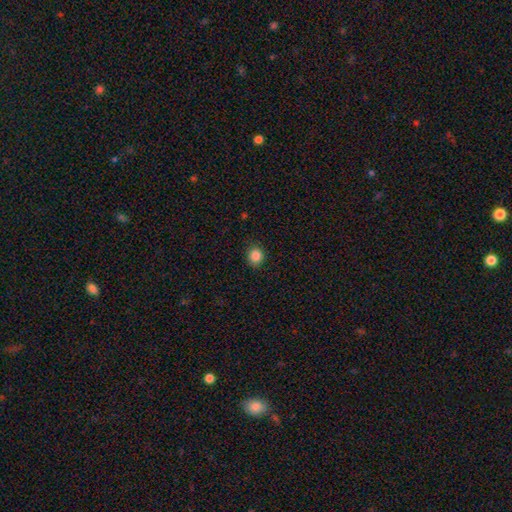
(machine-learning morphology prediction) smooth-or-featured: smooth: 86% | star or artifact: 11% | featured or disk: 3%
  how-rounded: round: 81% | in between: 19% | cigar-shaped: 1%
  merging: none: 88% | minor disturbance: 9% | major disturbance: 2% | merger: 1%